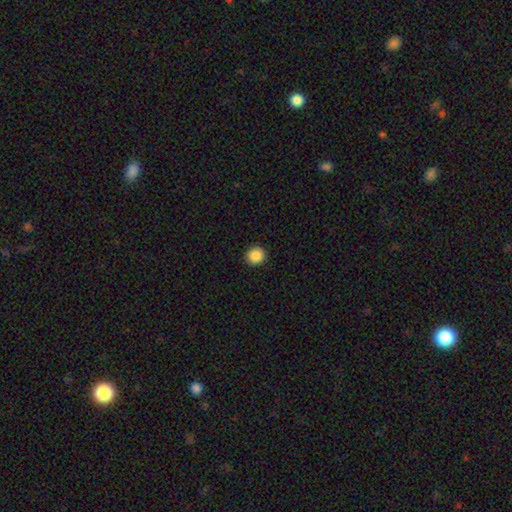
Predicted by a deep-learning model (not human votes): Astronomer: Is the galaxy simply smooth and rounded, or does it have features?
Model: smooth — 88%.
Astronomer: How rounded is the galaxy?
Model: round — 91%.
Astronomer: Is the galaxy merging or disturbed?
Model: none — 93%.